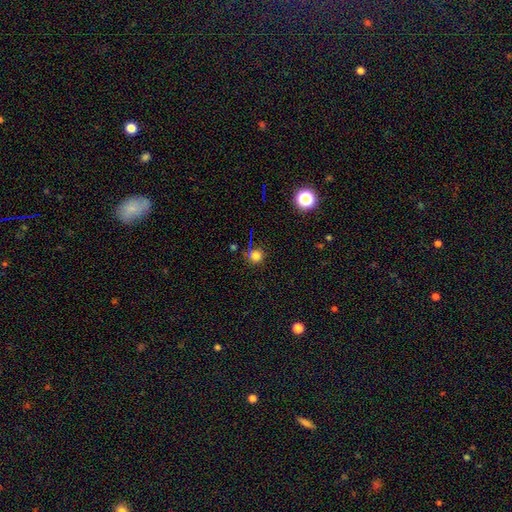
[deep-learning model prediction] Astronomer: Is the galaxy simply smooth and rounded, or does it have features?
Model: smooth — 74%.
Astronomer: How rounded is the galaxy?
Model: round — 93%.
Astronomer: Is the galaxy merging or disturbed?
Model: none — 79%.